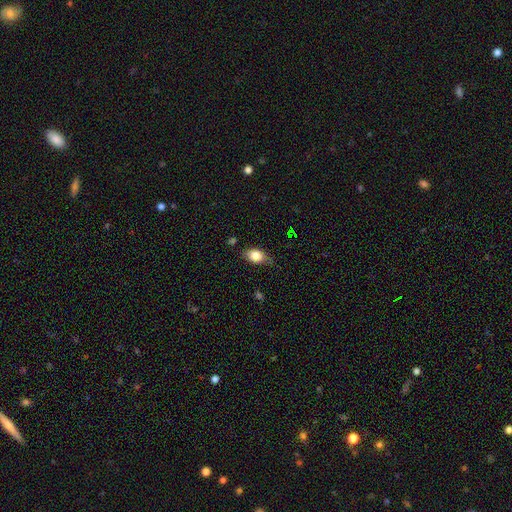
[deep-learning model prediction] This appears to be a smooth galaxy with no disk features (82%) that is in between round and cigar-shaped (83%). Merging: none (71%).